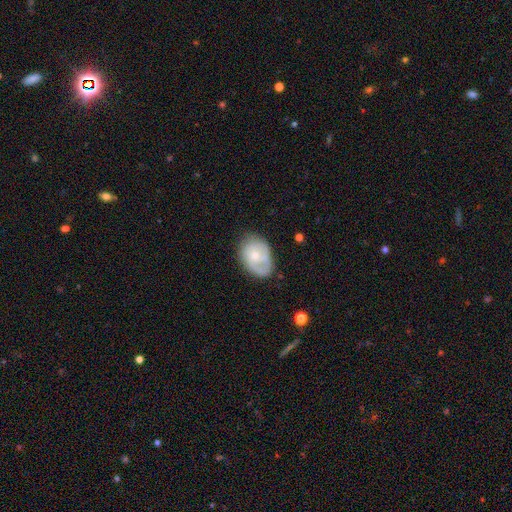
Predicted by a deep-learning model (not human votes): Smooth or featured: featured or disk — 47% (tied with smooth — 47%)
Merging: none — 56% (minor disturbance — 30%)